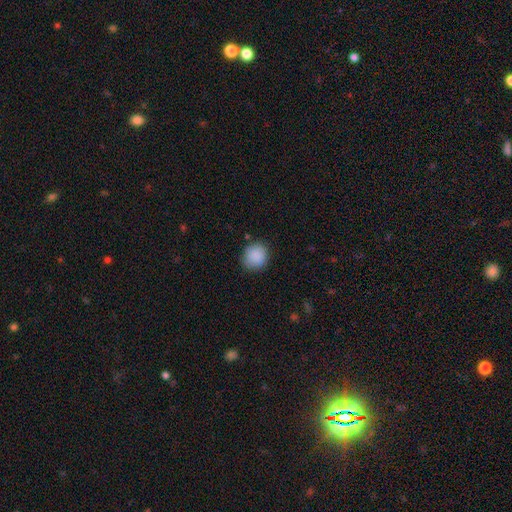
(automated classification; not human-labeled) Smooth or featured? smooth (89%)
How rounded? round (83%)
Merging? none (84%)